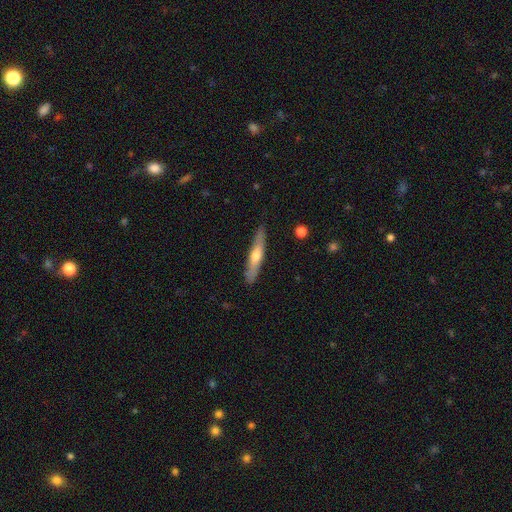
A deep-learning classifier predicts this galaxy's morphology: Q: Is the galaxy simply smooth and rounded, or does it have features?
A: featured or disk — 50%.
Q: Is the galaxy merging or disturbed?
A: none — 87%.